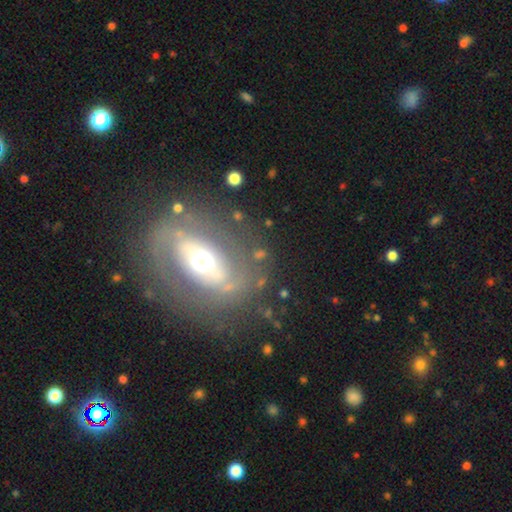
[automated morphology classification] smooth-or-featured: featured or disk: 78% | smooth: 15% | star or artifact: 7%
  disk-edge-on: no: 93% | yes: 7%
    bar: no: 40% | strong: 31% | weak: 29%
    has-spiral-arms: yes: 72% | no: 28%
      spiral-winding: medium: 40% | tight: 39% | loose: 21%
      spiral-arm-count: 2: 78% | can't tell: 12% | 1: 4% | 3: 3% | 4: 2% | more than 4: 2%
    bulge-size: moderate: 60% | large: 27% | small: 8% | dominant: 4% | none: 1%
  merging: none: 75% | minor disturbance: 14% | major disturbance: 9% | merger: 2%